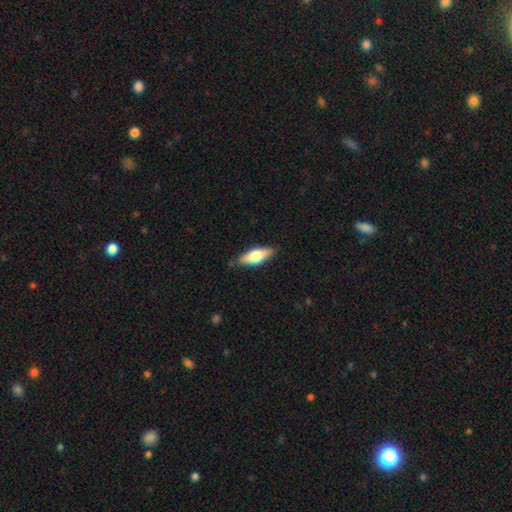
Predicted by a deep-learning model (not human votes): Smooth or featured? smooth (56%)
How rounded? in between (67%)
Merging? none (83%)